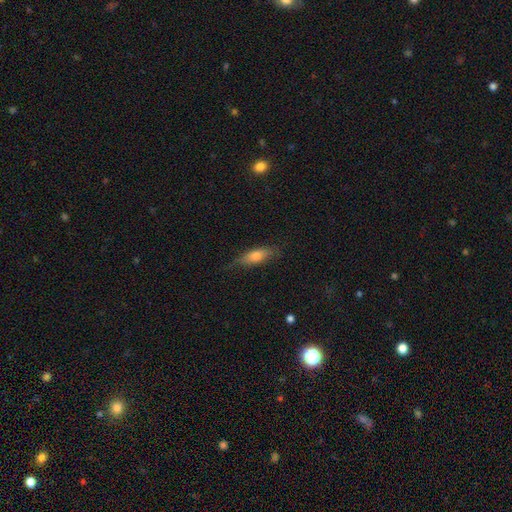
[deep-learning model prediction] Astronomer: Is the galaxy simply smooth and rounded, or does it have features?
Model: smooth — 65%.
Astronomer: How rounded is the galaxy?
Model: in between — 51% (runner-up: cigar-shaped, 45%).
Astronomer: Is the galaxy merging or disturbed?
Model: none — 73%.